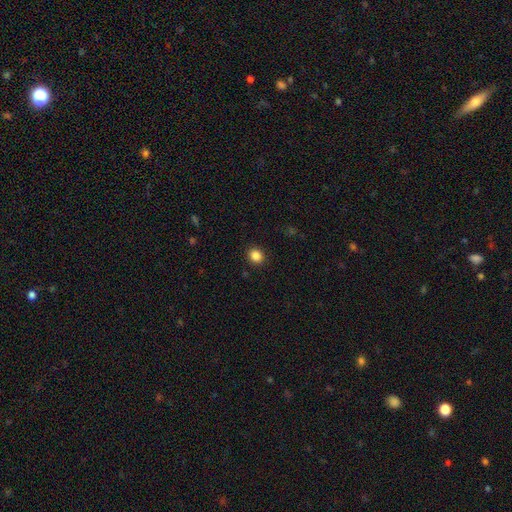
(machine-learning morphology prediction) smooth 86%, star or artifact 11%, featured or disk 3%. Down the decision tree: how rounded — round (76%); merging — none (91%).